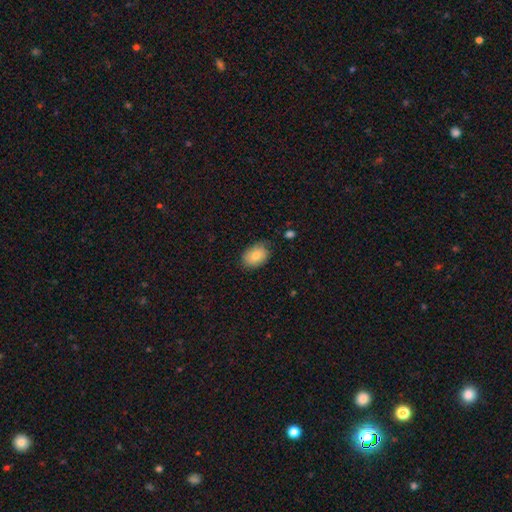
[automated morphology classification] Smooth or featured? smooth (83%)
How rounded? in between (80%)
Merging? none (76%)